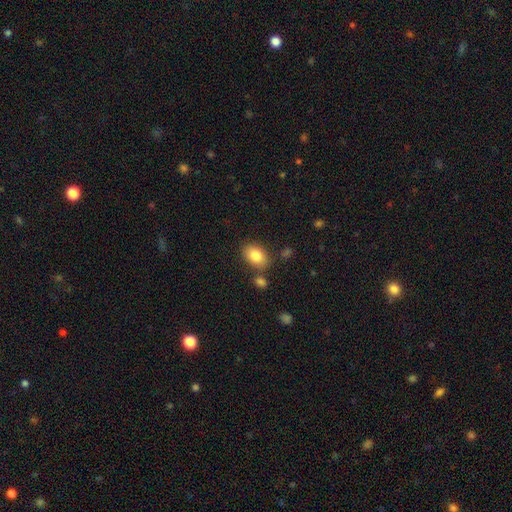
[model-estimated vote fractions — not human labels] smooth_or_featured: smooth (p=0.84) [alt: featured or disk p=0.09]
how_rounded: in between (p=0.86) [alt: round p=0.13]
merging: none (p=0.77) [alt: minor disturbance p=0.12]